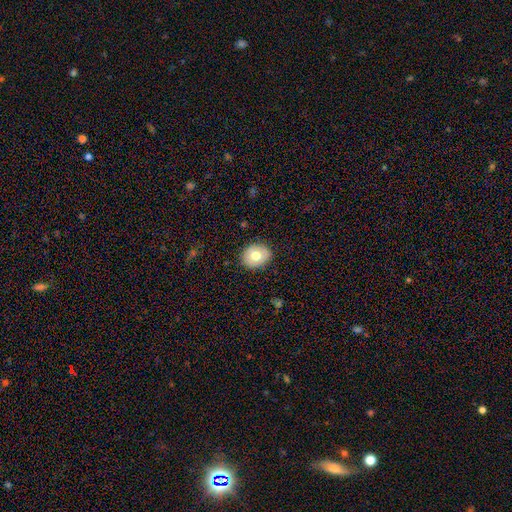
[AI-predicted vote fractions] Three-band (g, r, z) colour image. It shows a smooth galaxy with no disk features (67%) that is round (60%). Merging: none (87%).